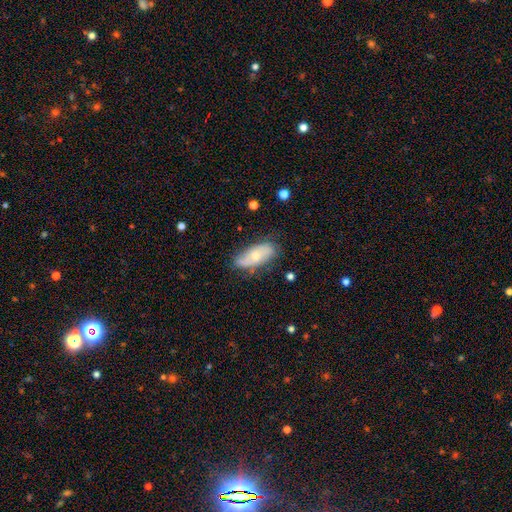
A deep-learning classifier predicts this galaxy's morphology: Q: Smooth or featured?
A: smooth (49%); runner-up: featured or disk (45%)
Q: Merging?
A: none (68%); runner-up: minor disturbance (23%)